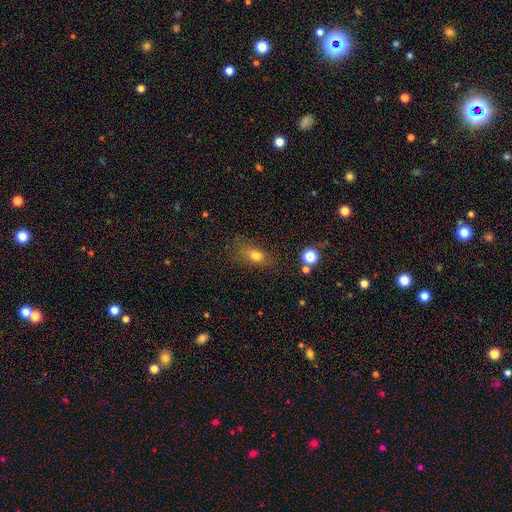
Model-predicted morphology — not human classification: This is likely a smooth galaxy (75%). How rounded: likely in between (70%). Merging: likely none (66%).